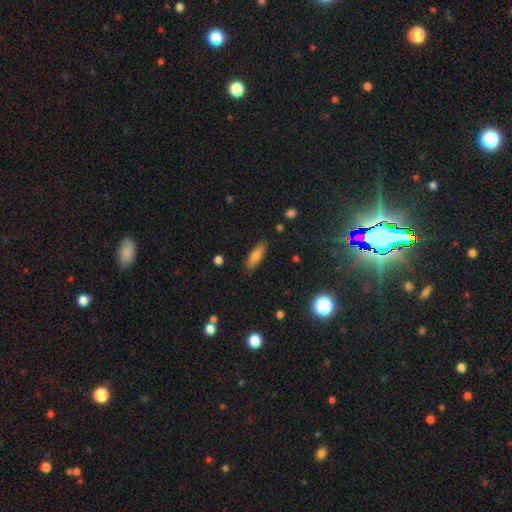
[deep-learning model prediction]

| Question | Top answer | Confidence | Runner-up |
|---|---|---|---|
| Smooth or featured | smooth | 77% | featured or disk (14%) |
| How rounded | in between | 53% | cigar-shaped (45%) |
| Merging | none | 86% | minor disturbance (10%) |